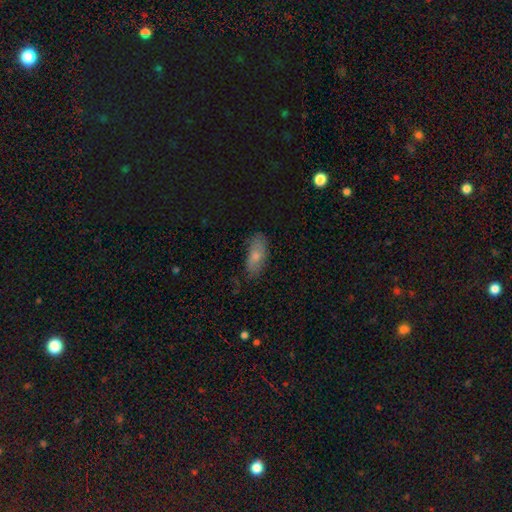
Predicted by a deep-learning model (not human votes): This appears to be a smooth galaxy with no disk features (70%) that is in between round and cigar-shaped (83%). Merging: none (69%).